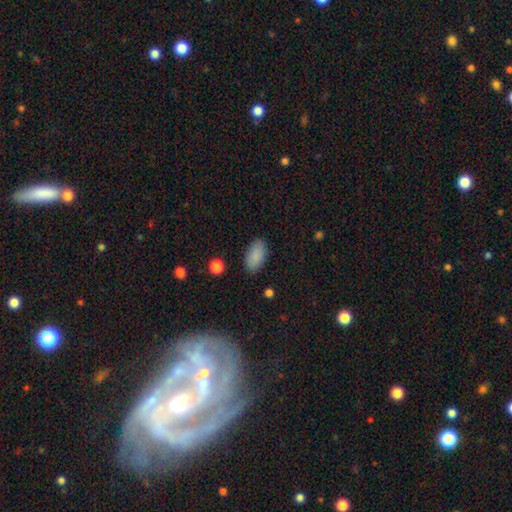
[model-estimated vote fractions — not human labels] Smooth or featured? Predicted: smooth (p=0.88). How rounded? Predicted: in between (p=0.94). Merging? Predicted: none (p=0.86).